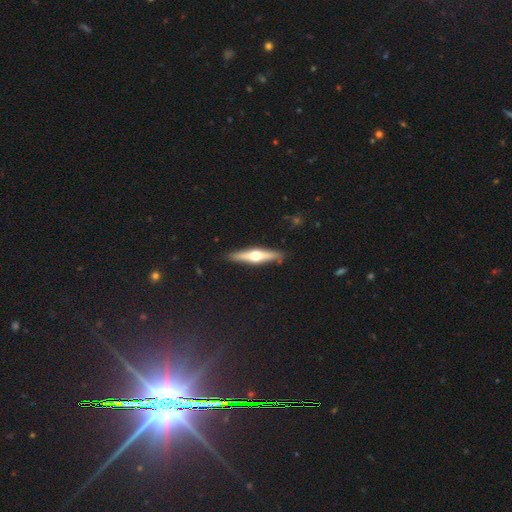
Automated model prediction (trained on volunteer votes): This is likely a featured or disk galaxy (66%). It is clearly viewed edge-on (96%). Edge-on bulge: clearly rounded (95%). Merging: clearly none (89%).